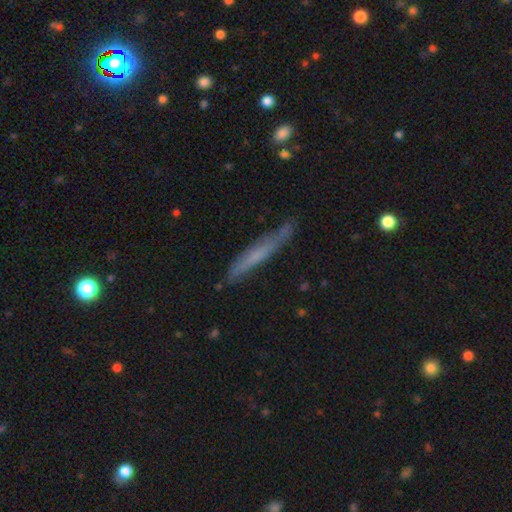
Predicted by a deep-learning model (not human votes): smooth-or-featured: smooth: 51% | featured or disk: 41% | star or artifact: 8%
  how-rounded: cigar-shaped: 94% | in between: 5% | round: 2%
  merging: none: 76% | minor disturbance: 18% | major disturbance: 4% | merger: 2%